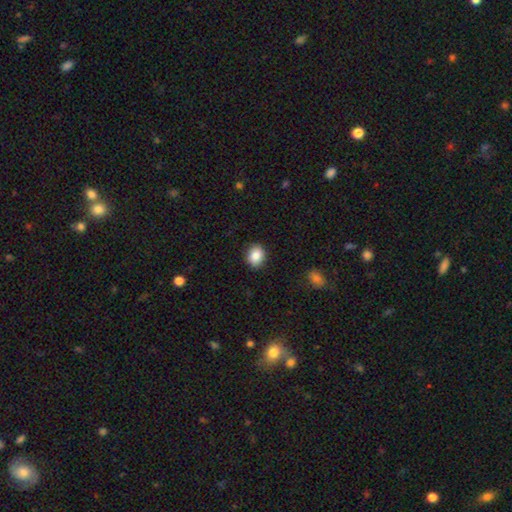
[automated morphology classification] Q: Smooth or featured?
A: smooth (86%); runner-up: star or artifact (8%)
Q: How rounded?
A: round (54%); runner-up: in between (45%)
Q: Merging?
A: none (89%); runner-up: minor disturbance (8%)